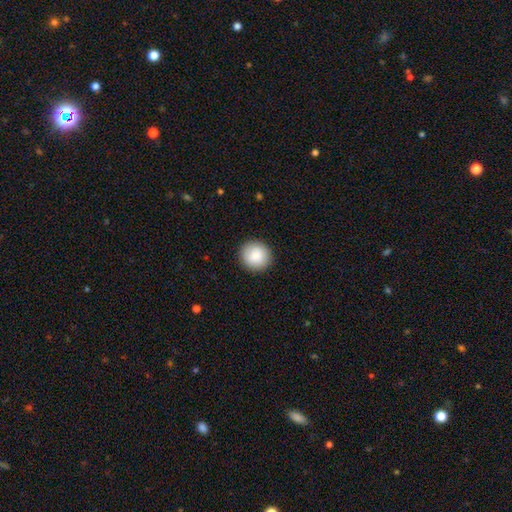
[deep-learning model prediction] A smooth galaxy with no disk features (88%) that is round (93%).

Vote fractions:
- Smooth or featured? smooth: 88% / star or artifact: 7% / featured or disk: 5%
- How rounded? round: 93% / in between: 6% / cigar-shaped: 1%
- Merging? none: 91% / minor disturbance: 6% / major disturbance: 2% / merger: 1%